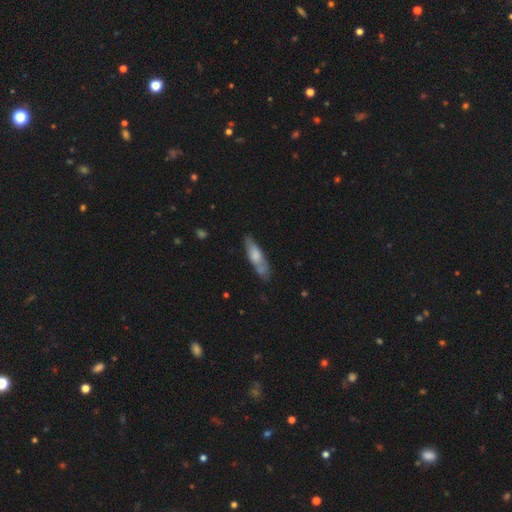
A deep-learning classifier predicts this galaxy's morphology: smooth-or-featured: smooth: 61% | featured or disk: 33% | star or artifact: 6%
  how-rounded: cigar-shaped: 66% | in between: 32% | round: 2%
  merging: none: 65% | minor disturbance: 22% | merger: 7% | major disturbance: 6%